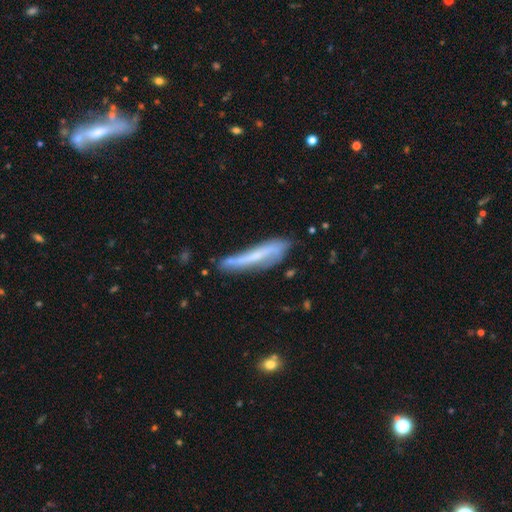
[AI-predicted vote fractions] Smooth or featured: featured or disk — 52% (smooth — 41%)
Edge-on disk: yes — 55% (no — 45%)
Merging: none — 51% (minor disturbance — 31%)